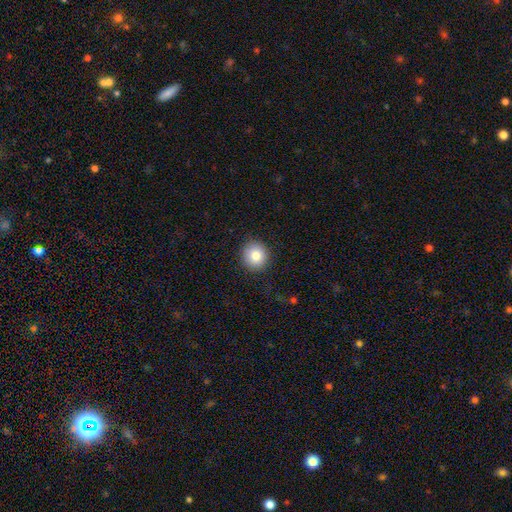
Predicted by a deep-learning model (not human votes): A smooth galaxy with no disk features (85%) that is round (87%). Merging: none (89%).